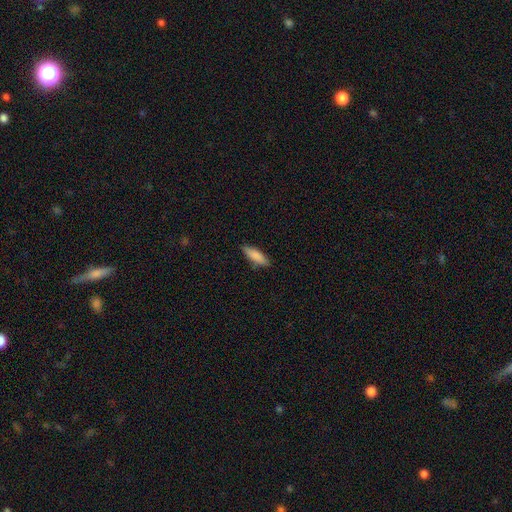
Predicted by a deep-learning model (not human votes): Smooth or featured: smooth — 86% (featured or disk — 8%)
How rounded: cigar-shaped — 55% (in between — 44%)
Merging: none — 84% (minor disturbance — 13%)